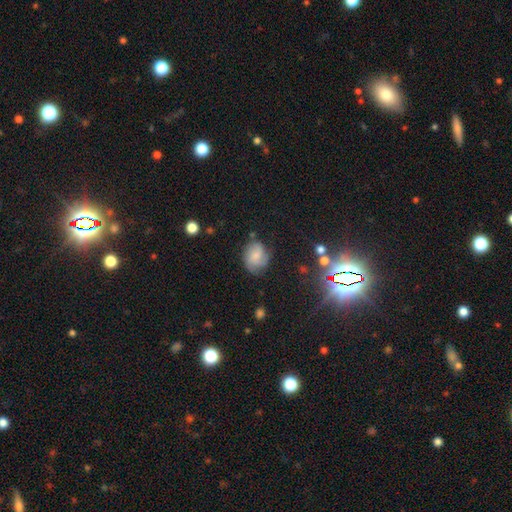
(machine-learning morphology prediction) The model was most divided on "smooth or featured": smooth: 47%, featured or disk: 43%, star or artifact: 10%. More confident: merging — none (63%).